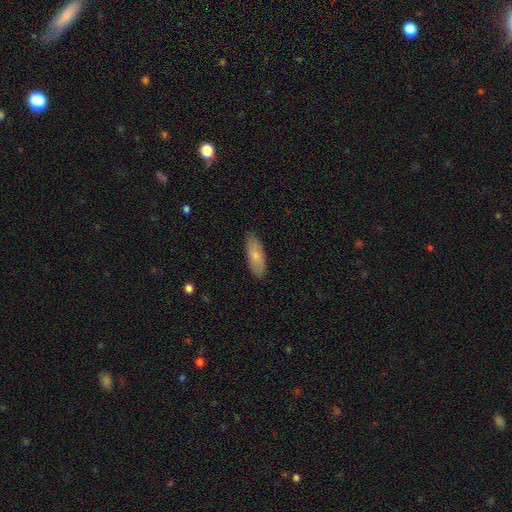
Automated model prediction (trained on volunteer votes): Smooth or featured: smooth — 77% (featured or disk — 18%)
How rounded: in between — 73% (cigar-shaped — 25%)
Merging: none — 86% (minor disturbance — 11%)